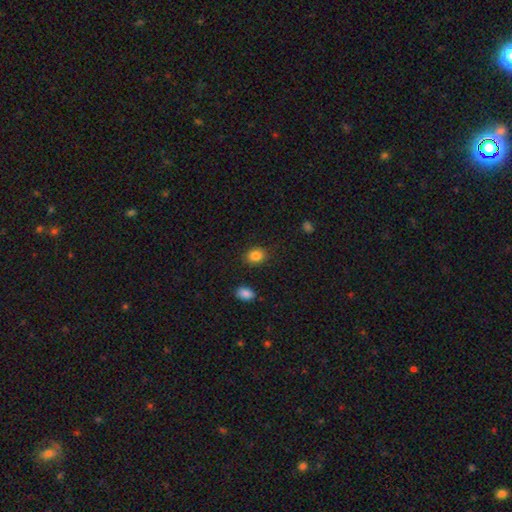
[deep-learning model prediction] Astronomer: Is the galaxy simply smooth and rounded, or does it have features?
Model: smooth — 85%.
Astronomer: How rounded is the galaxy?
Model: round — 52% (runner-up: in between, 47%).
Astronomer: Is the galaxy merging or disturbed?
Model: none — 87%.